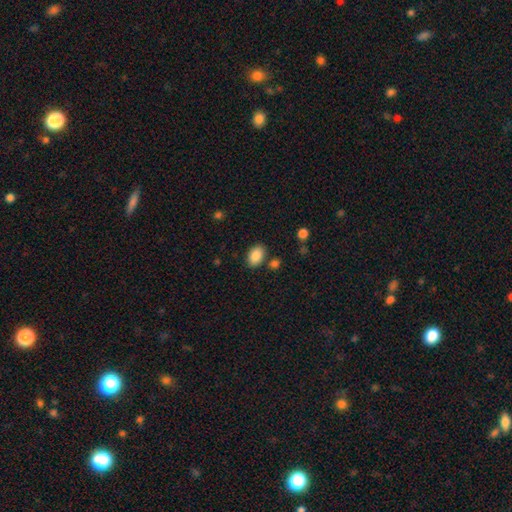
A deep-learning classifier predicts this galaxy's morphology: A smooth galaxy with no disk features (88%) that is in between round and cigar-shaped (88%).

Vote fractions:
- Smooth or featured? smooth: 88% / star or artifact: 8% / featured or disk: 5%
- How rounded? in between: 88% / round: 11% / cigar-shaped: 1%
- Merging? none: 82% / minor disturbance: 10% / merger: 5% / major disturbance: 3%